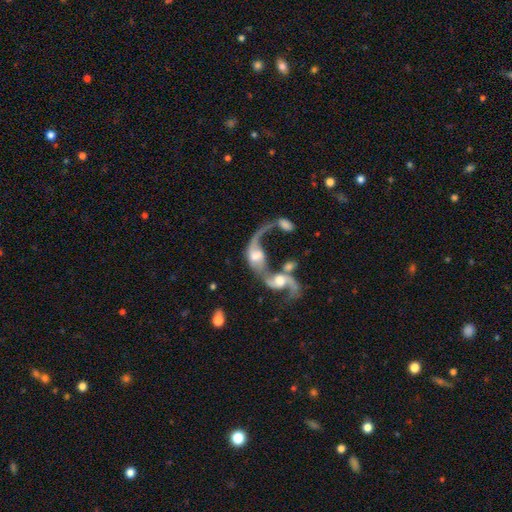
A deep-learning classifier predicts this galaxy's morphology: This is likely a featured or disk galaxy (72%). It is clearly not viewed edge-on (94%). Bar: possibly no (53%). Spiral arm pattern: likely yes (79%). Spiral arm count: possibly 2 (52%). Spiral winding: clearly loose (83%). Central bulge: possibly moderate (51%). Merging: likely merger (76%).